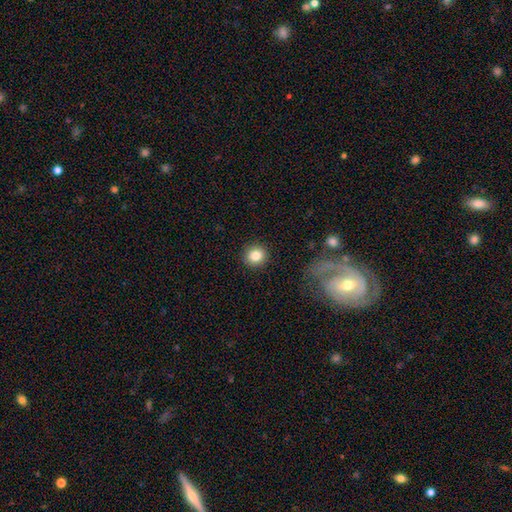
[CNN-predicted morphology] Overall: smooth (84%). How rounded: round (90%). Merging: none (91%).